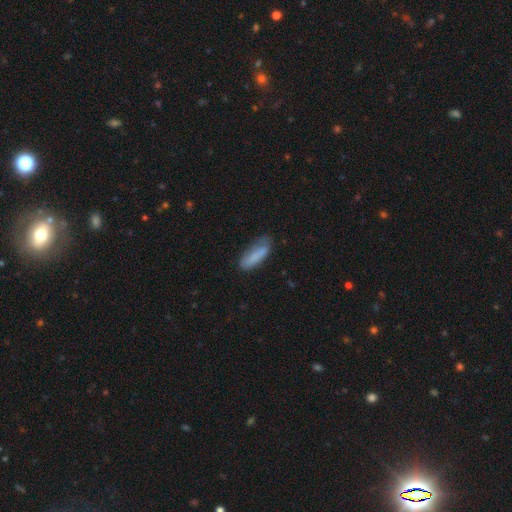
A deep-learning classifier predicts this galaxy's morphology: Smooth or featured?
  - smooth: 79% *
  - featured or disk: 14%
  - star or artifact: 7%
How rounded?
  - in between: 54% *
  - cigar-shaped: 45%
  - round: 2%
Merging?
  - none: 56% *
  - minor disturbance: 30%
  - major disturbance: 9%
  - merger: 5%